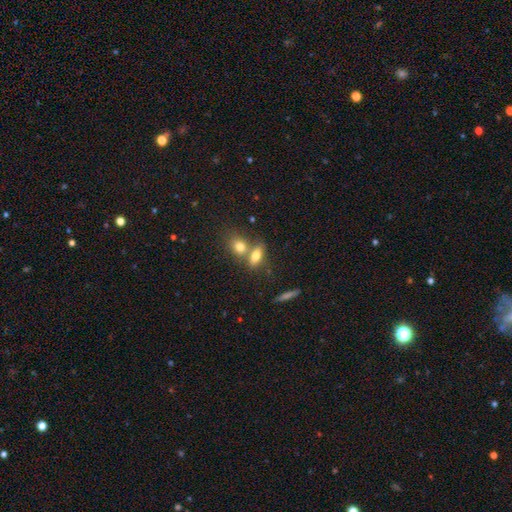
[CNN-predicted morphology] Smooth or featured? smooth (74%)
How rounded? in between (72%)
Merging? none (45%)